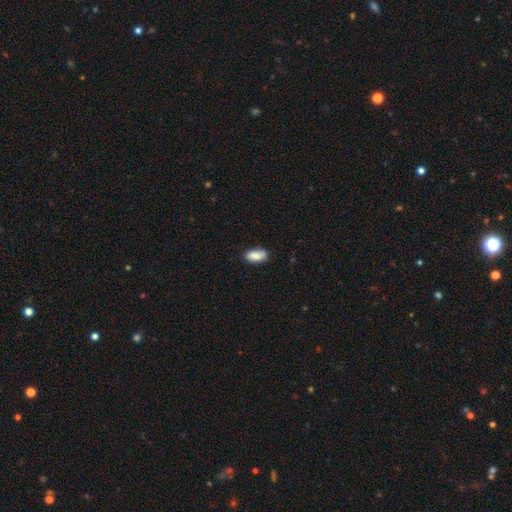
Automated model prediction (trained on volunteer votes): Overall: smooth (86%). How rounded: in between (91%). Merging: none (83%).